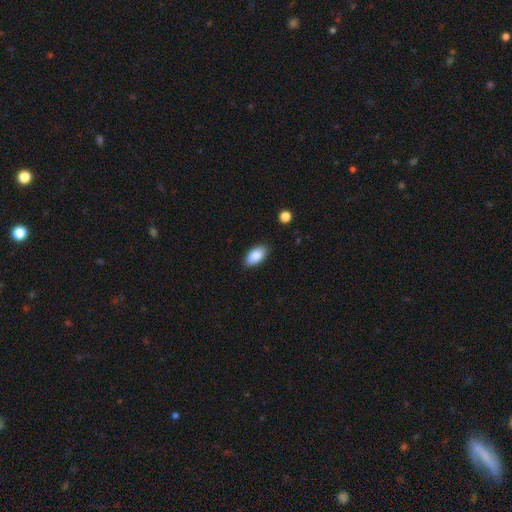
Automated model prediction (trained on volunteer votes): A smooth galaxy with no disk features (87%) that is in between round and cigar-shaped (92%). Merging: none (86%).